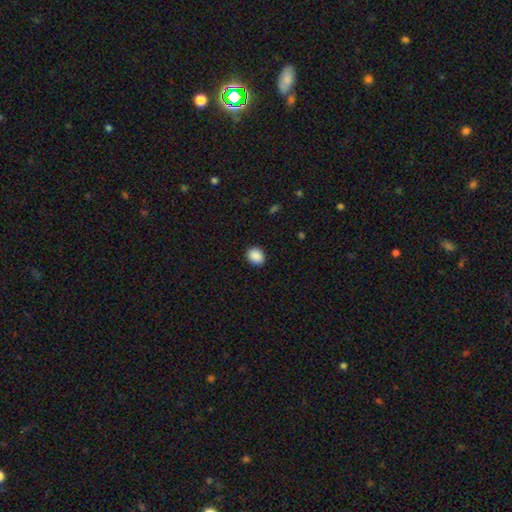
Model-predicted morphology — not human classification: This is clearly a smooth galaxy (90%). How rounded: possibly in between (55%). Merging: clearly none (89%).